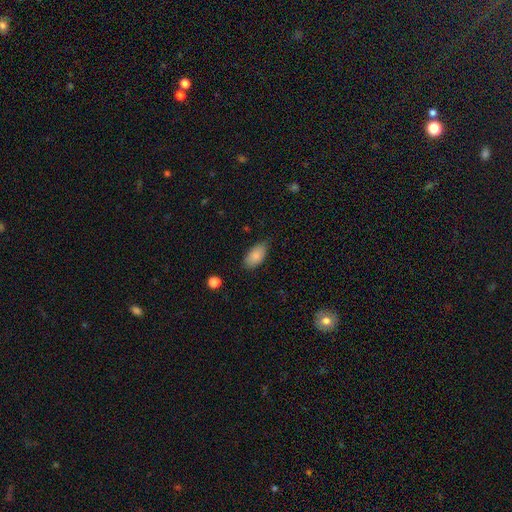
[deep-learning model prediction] Morphology: type=smooth (84%); roundness=in between (93%); merging=none (74%).